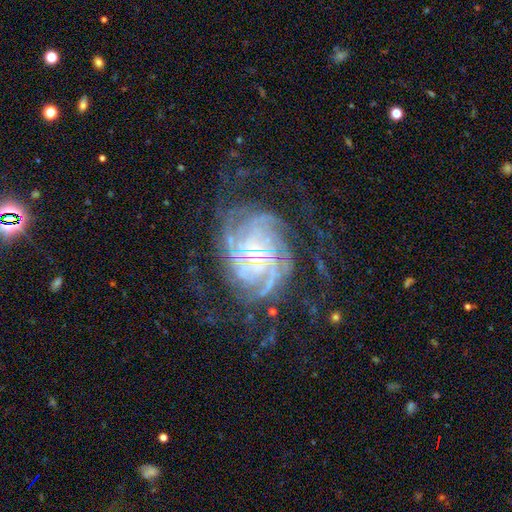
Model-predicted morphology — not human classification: Smooth or featured? featured or disk (88%)
Edge-on disk? no (97%)
Bar? no (66%)
Spiral arms? yes (97%)
Spiral winding? tight (63%)
Spiral arm count? can't tell (25%)
Bulge size? small (75%)
Merging? none (64%)